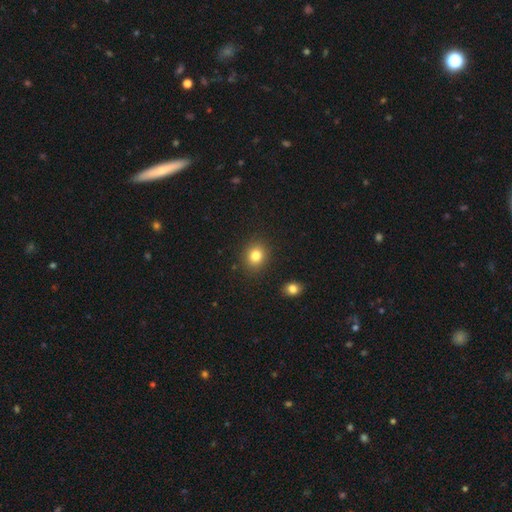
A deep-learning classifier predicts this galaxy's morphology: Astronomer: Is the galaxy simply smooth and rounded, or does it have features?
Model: smooth — 82%.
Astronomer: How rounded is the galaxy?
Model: round — 69%.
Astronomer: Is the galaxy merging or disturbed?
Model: none — 88%.